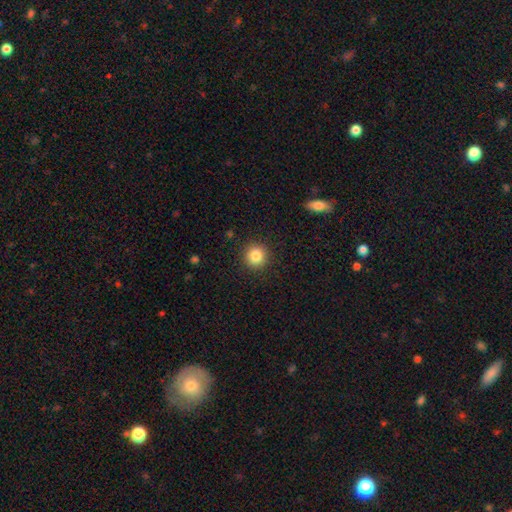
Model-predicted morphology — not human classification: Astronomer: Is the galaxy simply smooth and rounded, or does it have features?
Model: smooth — 85%.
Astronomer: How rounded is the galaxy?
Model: round — 93%.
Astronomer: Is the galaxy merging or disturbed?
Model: none — 91%.